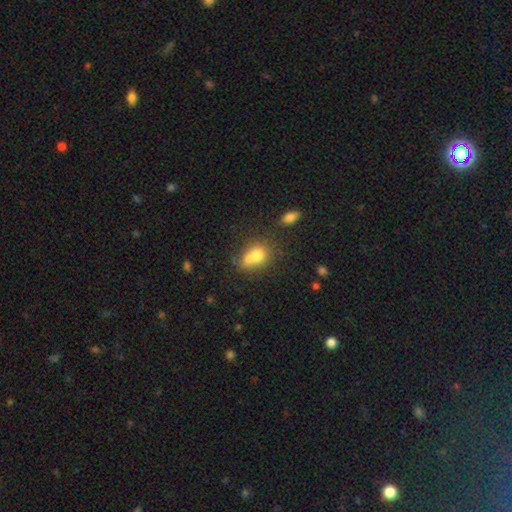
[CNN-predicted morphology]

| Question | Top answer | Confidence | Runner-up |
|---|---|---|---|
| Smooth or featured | smooth | 71% | featured or disk (17%) |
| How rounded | round | 52% | in between (47%) |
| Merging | merger | 49% | none (32%) |